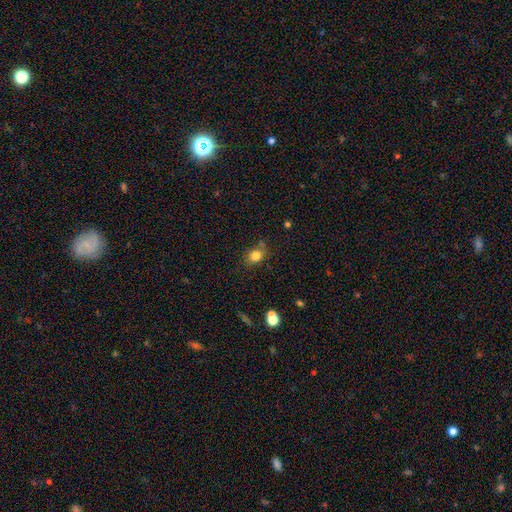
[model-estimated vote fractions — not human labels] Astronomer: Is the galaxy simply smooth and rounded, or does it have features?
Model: smooth — 81%.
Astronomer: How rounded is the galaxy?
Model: round — 51% (runner-up: in between, 48%).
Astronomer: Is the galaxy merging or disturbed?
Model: none — 73%.